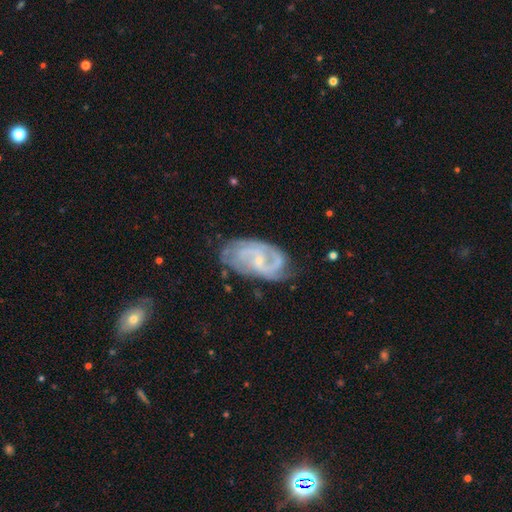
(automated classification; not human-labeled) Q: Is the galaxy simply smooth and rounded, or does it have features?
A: featured or disk — 81%.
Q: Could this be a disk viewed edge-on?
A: no — 96%.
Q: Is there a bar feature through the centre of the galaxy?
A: no — 44%, tied with weak.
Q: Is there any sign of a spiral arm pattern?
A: yes — 94%.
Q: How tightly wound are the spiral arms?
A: tight — 47%.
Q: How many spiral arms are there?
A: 2 — 40%.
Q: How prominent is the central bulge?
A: small — 71%.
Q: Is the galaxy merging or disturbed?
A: none — 72%.